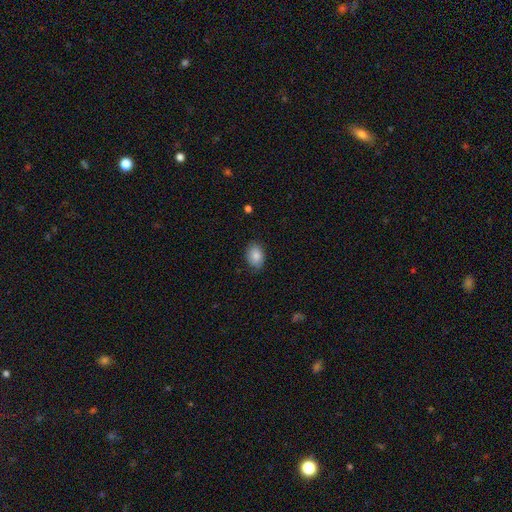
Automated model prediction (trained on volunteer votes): smooth-or-featured: smooth: 84% | featured or disk: 9% | star or artifact: 7%
  how-rounded: in between: 81% | round: 18% | cigar-shaped: 1%
  merging: none: 81% | minor disturbance: 15% | major disturbance: 3% | merger: 1%